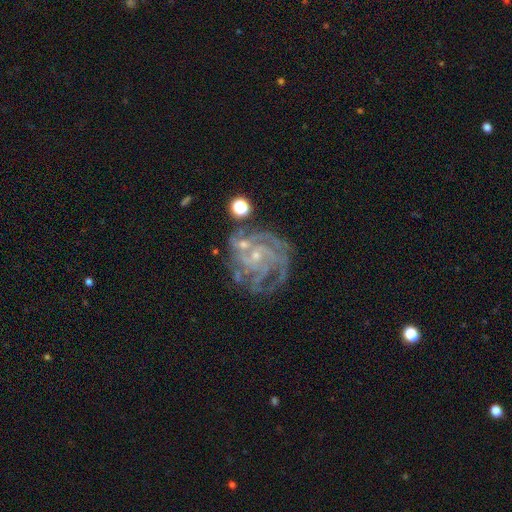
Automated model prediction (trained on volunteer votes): Smooth or featured? featured or disk (85%)
Edge-on disk? no (98%)
Bar? no (68%)
Spiral arms? yes (95%)
Spiral winding? tight (68%)
Spiral arm count? 4 (28%)
Bulge size? small (81%)
Merging? none (61%)